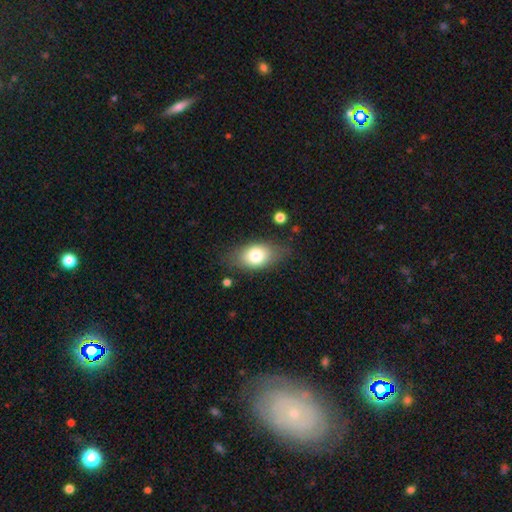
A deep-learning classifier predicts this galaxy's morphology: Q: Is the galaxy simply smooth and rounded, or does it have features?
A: smooth — 75%.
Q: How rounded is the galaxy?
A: in between — 82%.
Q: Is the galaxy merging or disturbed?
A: none — 75%.